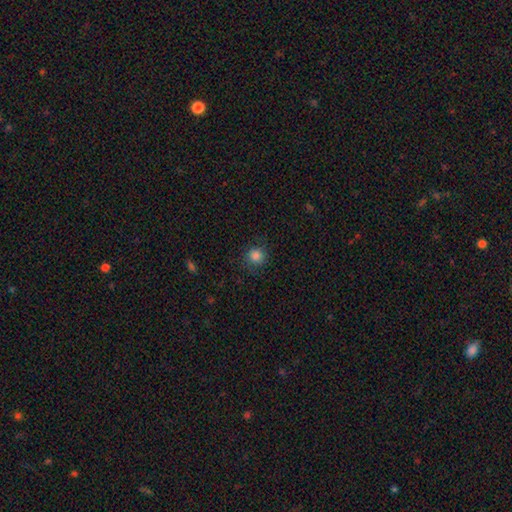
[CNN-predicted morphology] Smooth or featured?
  - smooth: 85% *
  - star or artifact: 11%
  - featured or disk: 5%
How rounded?
  - round: 92% *
  - in between: 7%
  - cigar-shaped: 1%
Merging?
  - none: 83% *
  - minor disturbance: 12%
  - major disturbance: 4%
  - merger: 1%